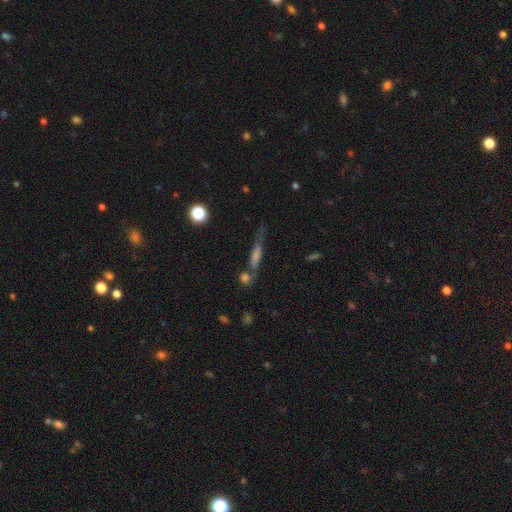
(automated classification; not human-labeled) Smooth or featured? featured or disk (46%)
Merging? none (61%)